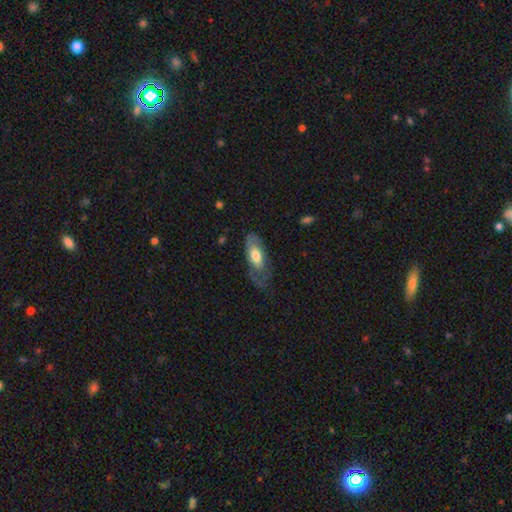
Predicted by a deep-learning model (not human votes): Smooth or featured? smooth (55%)
How rounded? in between (82%)
Merging? none (39%)